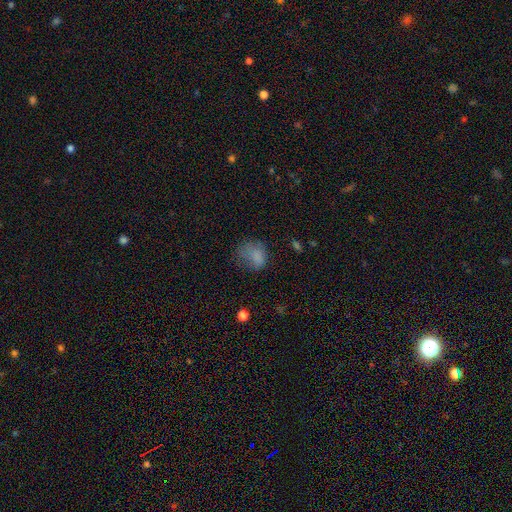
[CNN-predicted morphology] Smooth or featured? Predicted: smooth (p=0.74). How rounded? Predicted: in between (p=0.53). Merging? Predicted: none (p=0.41).